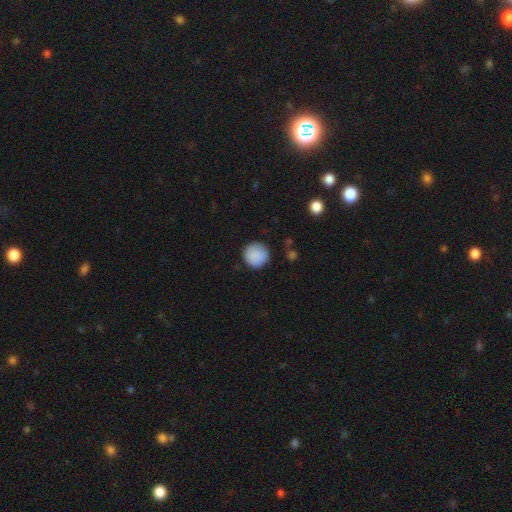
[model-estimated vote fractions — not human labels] Smooth or featured: smooth — 89% (star or artifact — 7%)
How rounded: round — 95% (in between — 4%)
Merging: none — 88% (minor disturbance — 9%)